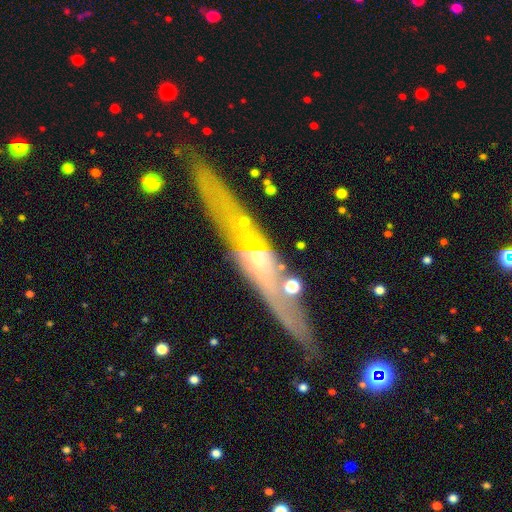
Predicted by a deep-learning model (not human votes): This is likely a featured or disk galaxy (76%). It is clearly viewed edge-on (80%). Edge-on bulge: likely rounded (68%). Merging: clearly none (82%).